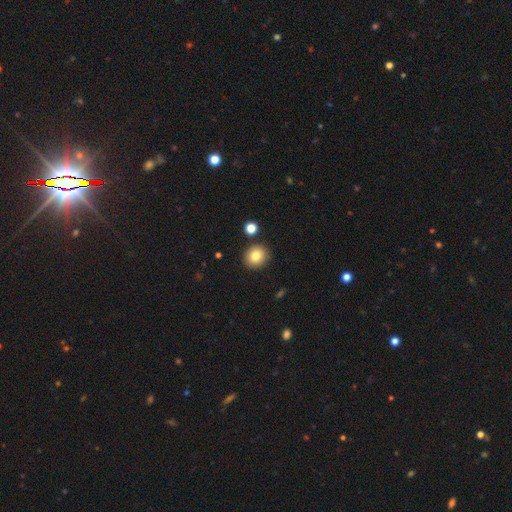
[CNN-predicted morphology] type=smooth (81%); roundness=round (83%); merging=none (88%).